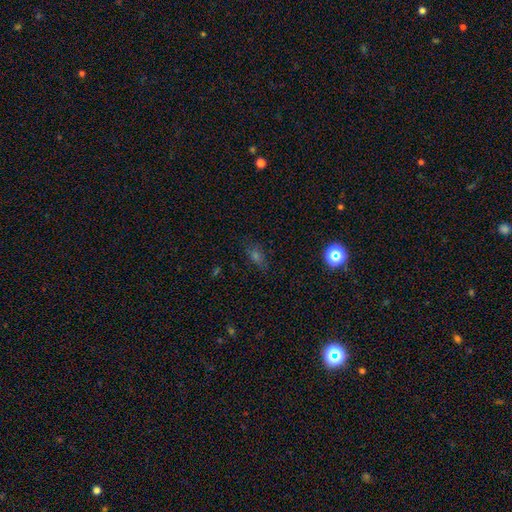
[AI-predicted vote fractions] A smooth galaxy with no disk features (46%). Merging: none (78%).